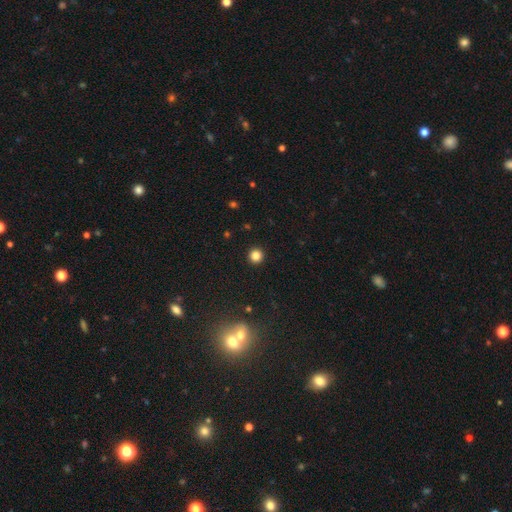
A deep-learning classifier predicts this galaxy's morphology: A smooth galaxy with no disk features (84%) that is round (96%). Merging: none (94%).